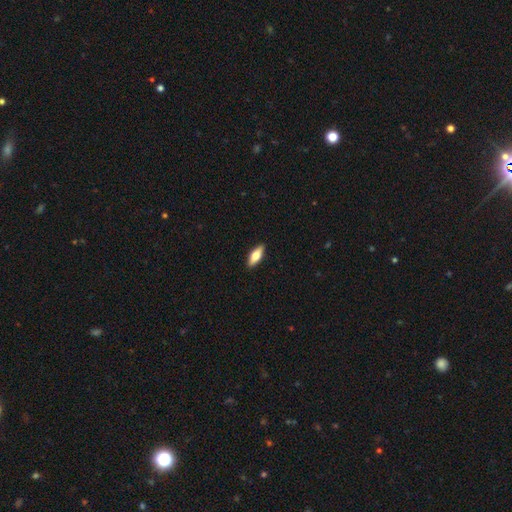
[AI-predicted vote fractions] Q: Smooth or featured?
A: smooth (64%); runner-up: featured or disk (30%)
Q: How rounded?
A: in between (67%); runner-up: cigar-shaped (30%)
Q: Merging?
A: none (90%); runner-up: minor disturbance (7%)